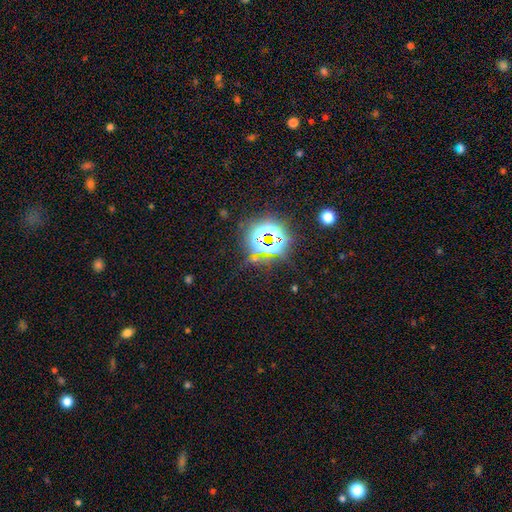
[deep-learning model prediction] A star or artifact, not a galaxy (79%).

Vote fractions:
- Smooth or featured? star or artifact: 79% / smooth: 12% / featured or disk: 9%